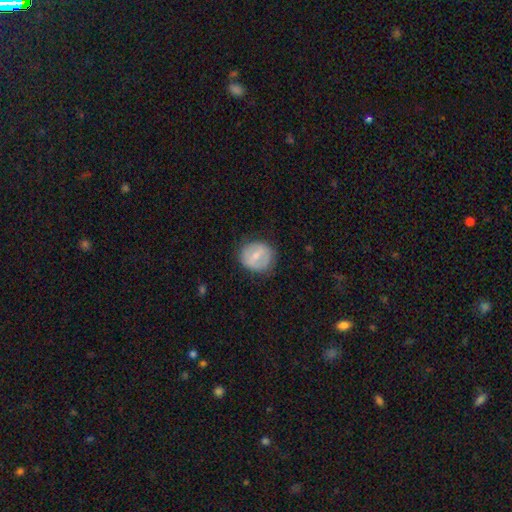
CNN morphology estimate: A smooth galaxy with no disk features (50%).

Vote fractions:
- Smooth or featured? smooth: 50% / featured or disk: 43% / star or artifact: 7%
- Merging? none: 79% / minor disturbance: 15% / major disturbance: 5% / merger: 1%